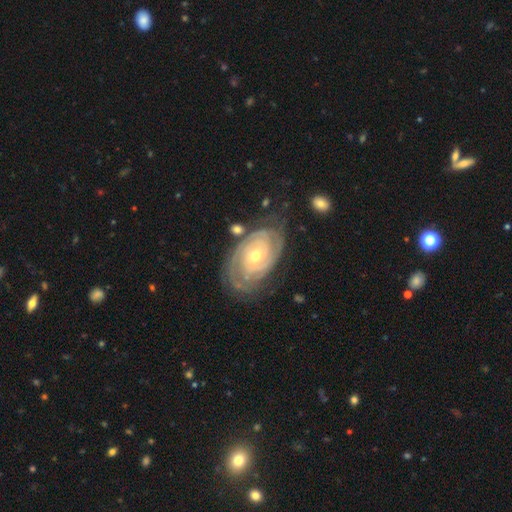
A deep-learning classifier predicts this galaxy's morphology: A featured or disk galaxy (89%) with no bar (72%), 2 (42%) tight (83%) spiral arms (97%) and a moderate central bulge (49%).

Vote fractions:
- Smooth or featured? featured or disk: 89% / smooth: 6% / star or artifact: 4%
- Edge-on disk? no: 96% / yes: 4%
- Bar? no: 72% / weak: 22% / strong: 7%
- Spiral arms? yes: 97% / no: 3%
- Spiral winding? tight: 83% / medium: 15% / loose: 3%
- Spiral arm count? 2: 42% / can't tell: 24% / 3: 18% / 4: 7% / 1: 4% / more than 4: 4%
- Bulge size? moderate: 49% / small: 47% / large: 2% / none: 1% / dominant: 1%
- Merging? none: 71% / minor disturbance: 19% / major disturbance: 8% / merger: 3%